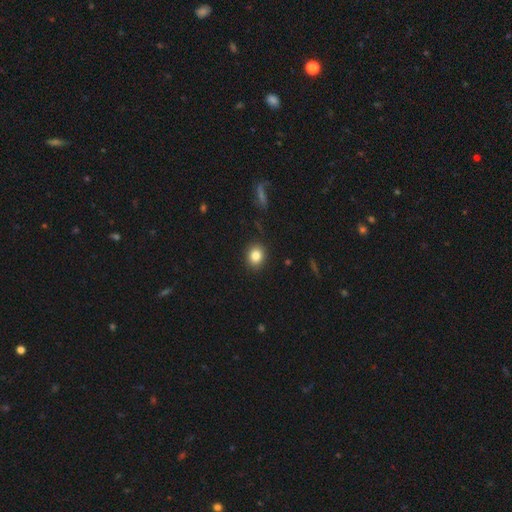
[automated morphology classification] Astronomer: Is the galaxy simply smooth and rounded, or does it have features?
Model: smooth — 83%.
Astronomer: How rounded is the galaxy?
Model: round — 68%.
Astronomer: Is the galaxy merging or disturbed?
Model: none — 89%.